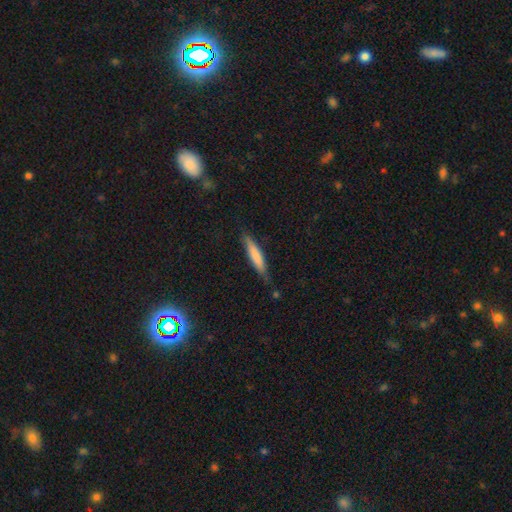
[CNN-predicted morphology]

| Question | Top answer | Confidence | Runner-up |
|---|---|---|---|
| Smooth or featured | smooth | 75% | featured or disk (19%) |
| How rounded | cigar-shaped | 88% | in between (11%) |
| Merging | none | 78% | minor disturbance (17%) |